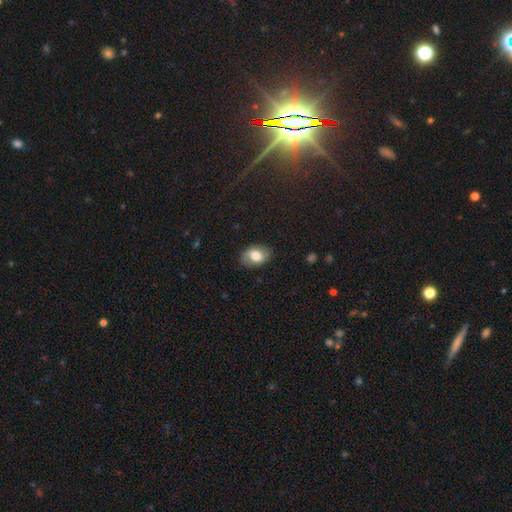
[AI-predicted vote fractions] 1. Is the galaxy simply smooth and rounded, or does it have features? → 70% smooth, 22% featured or disk, 8% star or artifact.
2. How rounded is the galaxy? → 83% in between, 16% round, 1% cigar-shaped.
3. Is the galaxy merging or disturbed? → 81% none, 14% minor disturbance, 4% major disturbance, 1% merger.